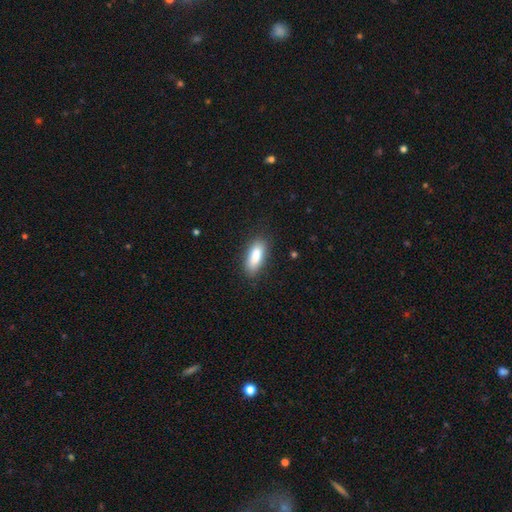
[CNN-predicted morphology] Smooth or featured: smooth — 85% (featured or disk — 8%)
How rounded: in between — 75% (cigar-shaped — 23%)
Merging: none — 81% (minor disturbance — 14%)